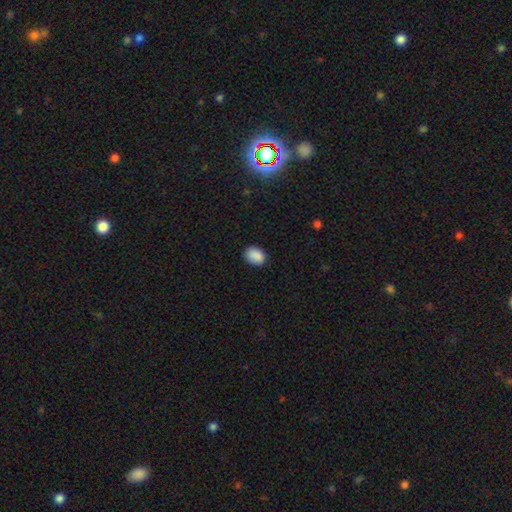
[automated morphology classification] smooth_or_featured: smooth (p=0.89) [alt: star or artifact p=0.08]
how_rounded: in between (p=0.76) [alt: round p=0.23]
merging: none (p=0.85) [alt: minor disturbance p=0.11]